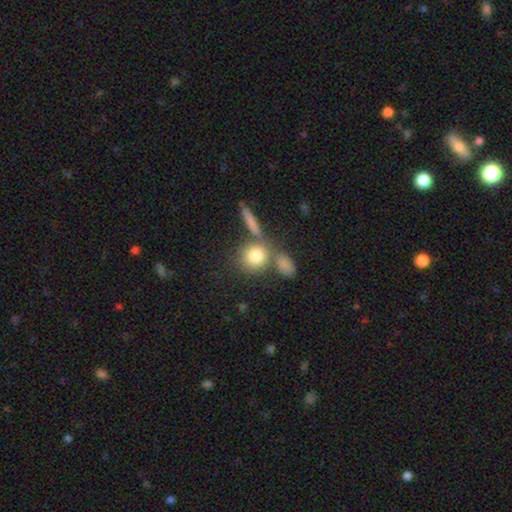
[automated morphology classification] This appears to be a smooth galaxy with no disk features (79%) that is round (78%). Merging: none (58%).